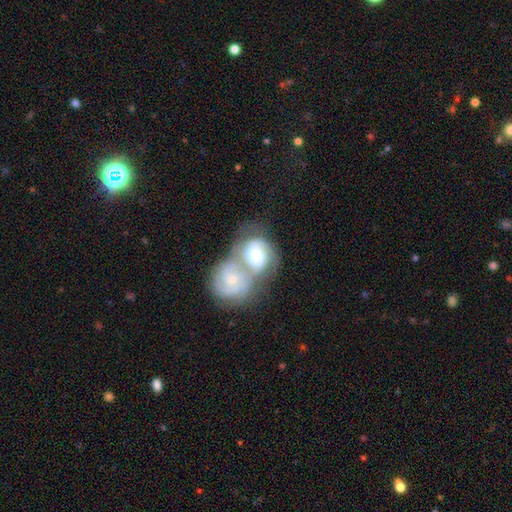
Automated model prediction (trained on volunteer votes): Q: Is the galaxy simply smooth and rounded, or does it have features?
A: featured or disk — 74%.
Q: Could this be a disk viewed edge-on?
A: no — 97%.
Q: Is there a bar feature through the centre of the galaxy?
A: no — 55%.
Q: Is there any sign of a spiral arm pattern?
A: yes — 94%.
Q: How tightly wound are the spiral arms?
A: tight — 59%.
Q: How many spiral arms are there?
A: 2 — 37%.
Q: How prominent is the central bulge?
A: moderate — 51%.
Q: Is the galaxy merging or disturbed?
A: merger — 70%.